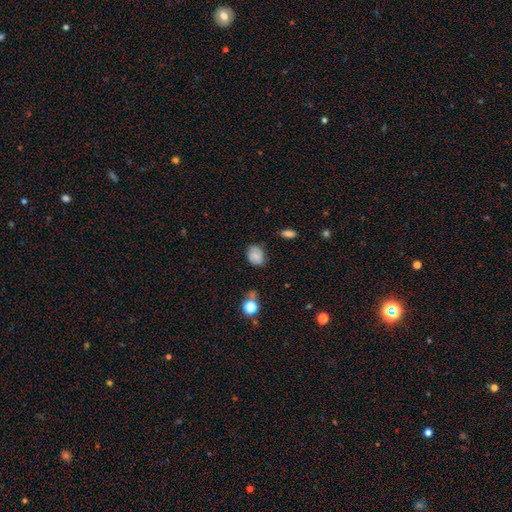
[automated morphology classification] Smooth or featured? Predicted: smooth (p=0.79). How rounded? Predicted: in between (p=0.56). Merging? Predicted: none (p=0.71).